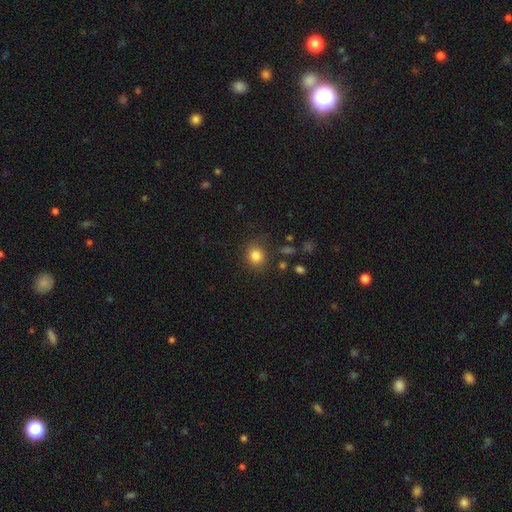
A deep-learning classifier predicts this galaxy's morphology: A smooth galaxy with no disk features (83%) that is round (78%).

Vote fractions:
- Smooth or featured? smooth: 83% / star or artifact: 11% / featured or disk: 6%
- How rounded? round: 78% / in between: 21% / cigar-shaped: 1%
- Merging? none: 82% / minor disturbance: 11% / major disturbance: 4% / merger: 3%